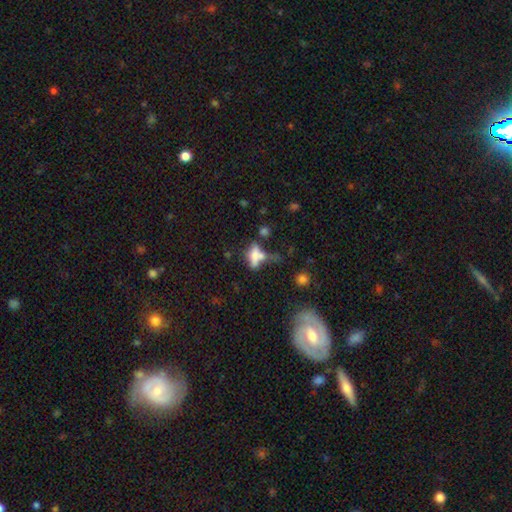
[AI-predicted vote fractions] smooth 55%, featured or disk 31%, star or artifact 14%. Down the decision tree: how rounded — in between (66%); merging — merger (33%).